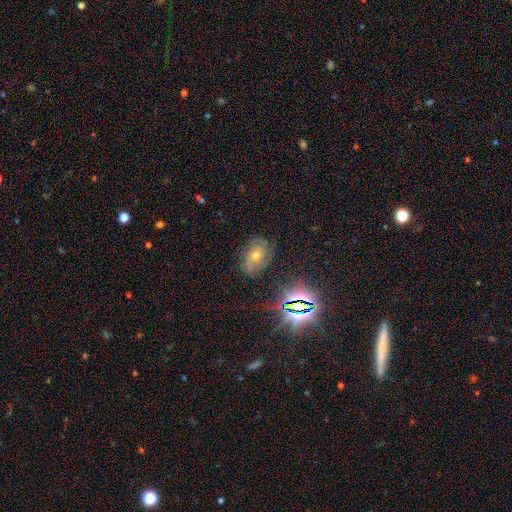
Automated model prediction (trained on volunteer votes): Morphology: type=featured or disk (48%); merging=none (74%).